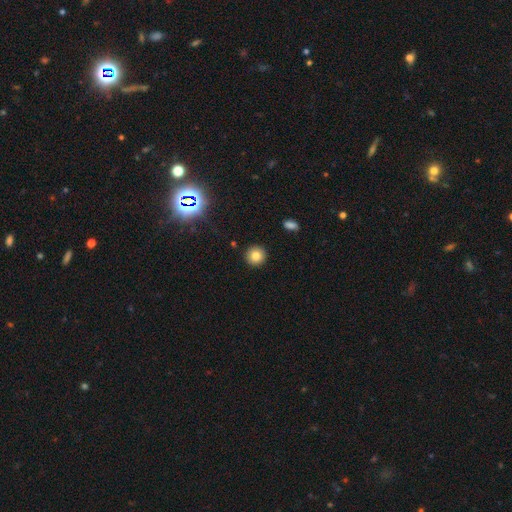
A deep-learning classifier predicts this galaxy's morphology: Smooth or featured? smooth (80%)
How rounded? round (94%)
Merging? none (92%)